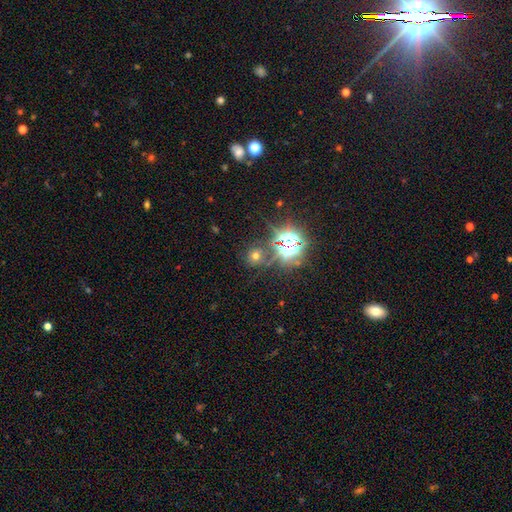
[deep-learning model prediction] The model was most divided on "smooth or featured": smooth: 47%, star or artifact: 43%, featured or disk: 11%. More confident: merging — none (76%).